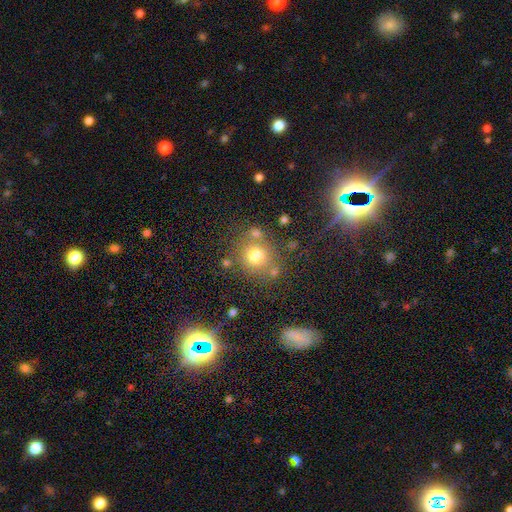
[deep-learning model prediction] This is likely a smooth galaxy (74%). How rounded: clearly round (87%). Merging: likely none (70%).